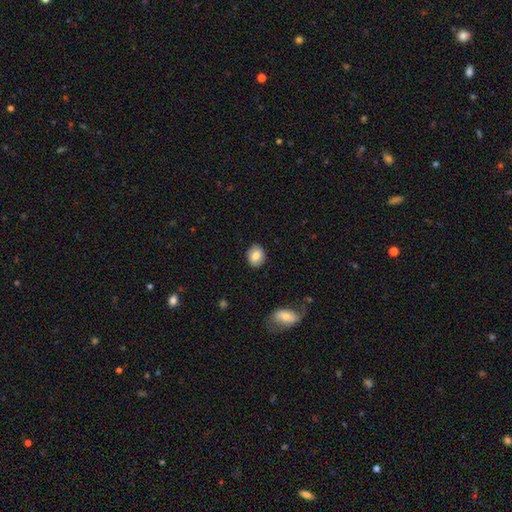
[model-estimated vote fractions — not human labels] Smooth or featured? Predicted: smooth (p=0.80). How rounded? Predicted: round (p=0.50). Merging? Predicted: none (p=0.88).